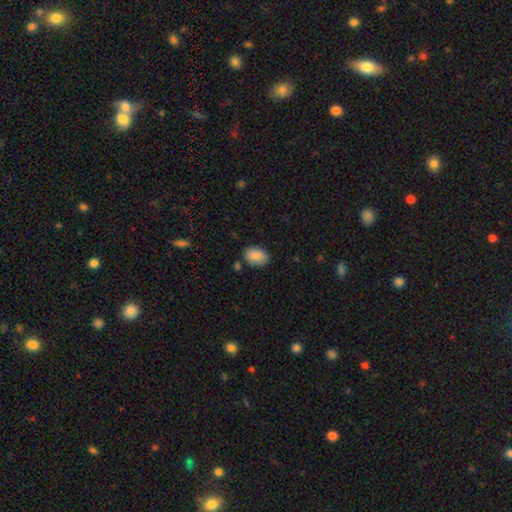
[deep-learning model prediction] Morphology: type=smooth (87%); roundness=in between (83%); merging=none (80%).